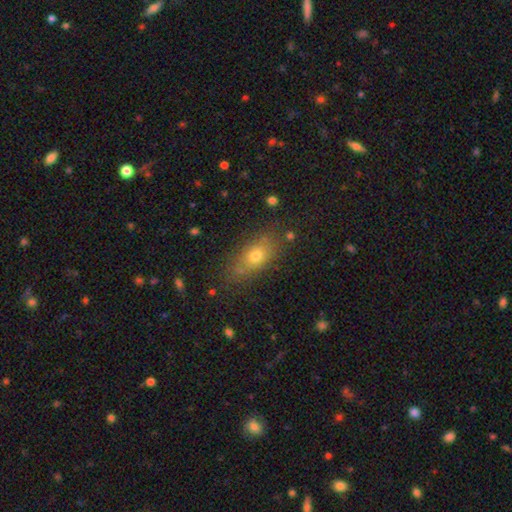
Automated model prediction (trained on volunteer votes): Smooth or featured: smooth — 71% (featured or disk — 15%)
How rounded: in between — 71% (round — 18%)
Merging: none — 75% (minor disturbance — 15%)